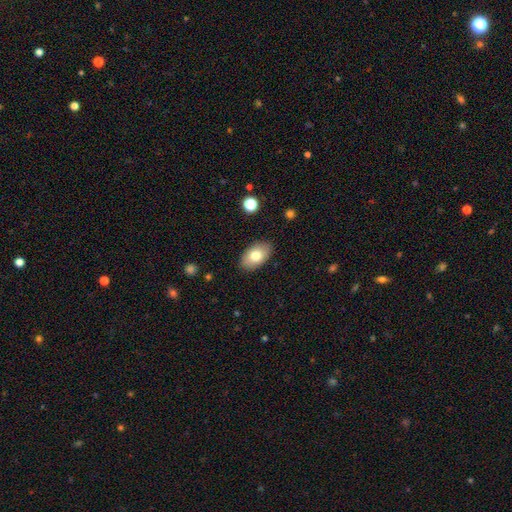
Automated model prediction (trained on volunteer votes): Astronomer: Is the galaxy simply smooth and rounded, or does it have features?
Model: smooth — 77%.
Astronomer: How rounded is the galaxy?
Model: in between — 93%.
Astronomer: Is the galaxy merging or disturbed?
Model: none — 87%.